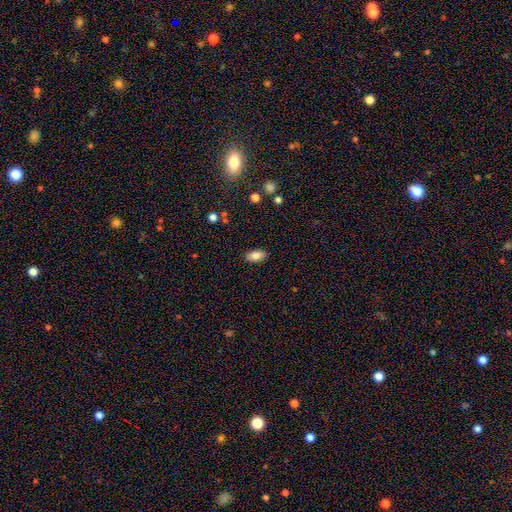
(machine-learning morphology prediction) Smooth or featured? Predicted: smooth (p=0.84). How rounded? Predicted: in between (p=0.92). Merging? Predicted: none (p=0.87).